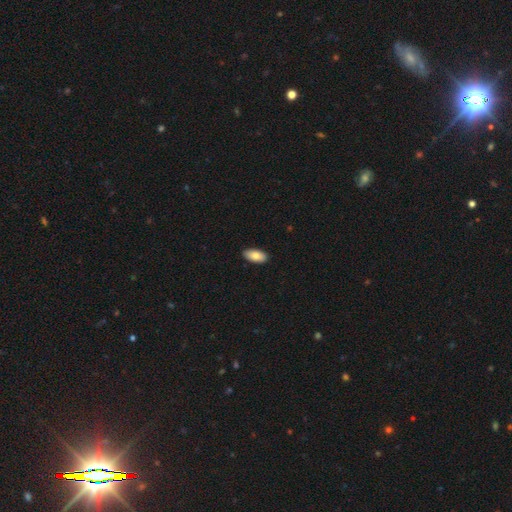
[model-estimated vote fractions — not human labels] Overall: smooth (82%). How rounded: in between (93%). Merging: none (89%).